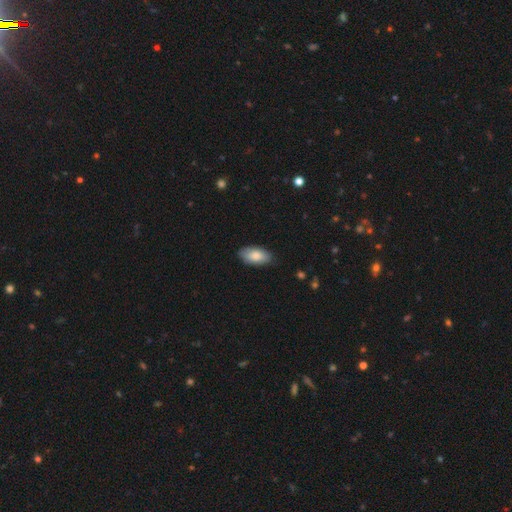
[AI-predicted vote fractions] This appears to be a smooth galaxy with no disk features (84%) that is in between round and cigar-shaped (93%). Merging: none (83%).